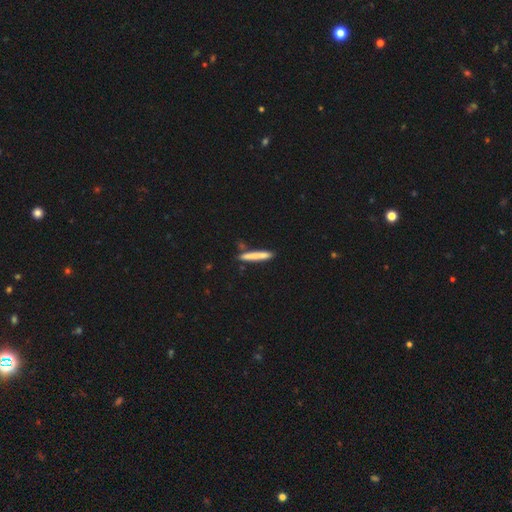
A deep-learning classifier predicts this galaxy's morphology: smooth 75%, featured or disk 19%, star or artifact 6%. Down the decision tree: how rounded — cigar-shaped (96%); merging — none (84%).